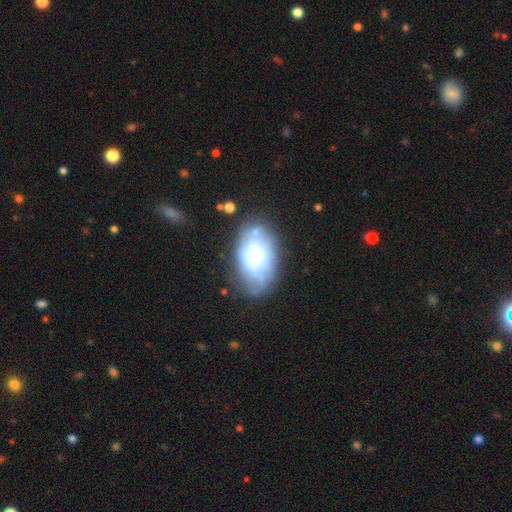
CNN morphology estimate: smooth_or_featured: smooth (p=0.48) [alt: featured or disk p=0.42]
merging: none (p=0.56) [alt: minor disturbance p=0.25]